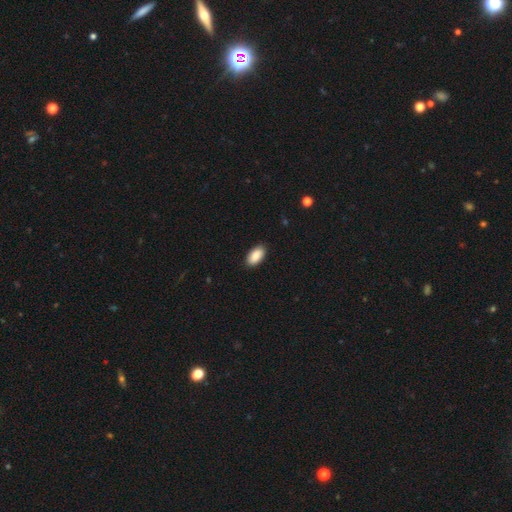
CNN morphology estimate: Overall: smooth (90%). How rounded: in between (95%). Merging: none (89%).